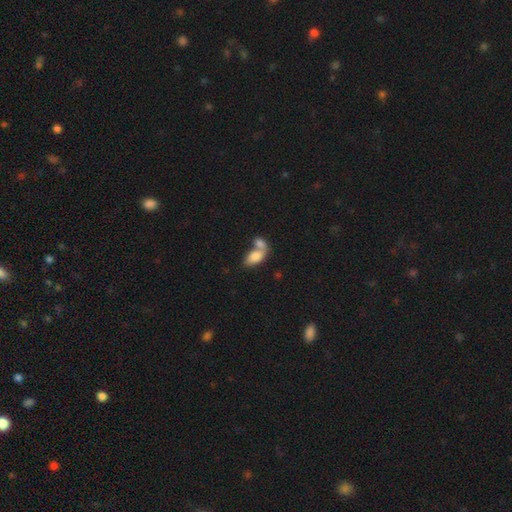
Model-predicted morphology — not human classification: This appears to be a smooth galaxy with no disk features (81%) that is in between round and cigar-shaped (91%). Merging: merger (65%).